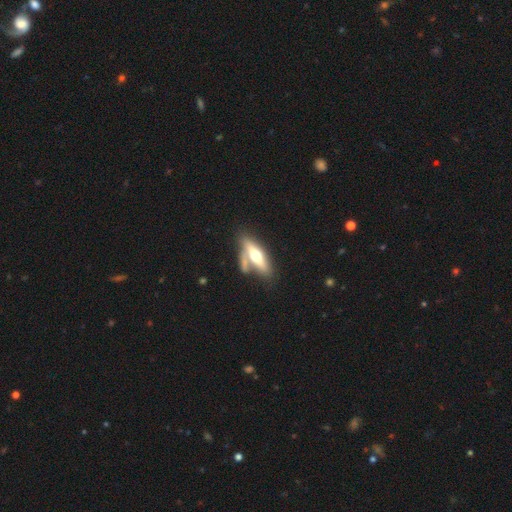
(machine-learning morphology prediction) Smooth or featured: featured or disk — 52% (smooth — 42%)
Edge-on disk: yes — 83% (no — 17%)
Merging: none — 51% (merger — 26%)